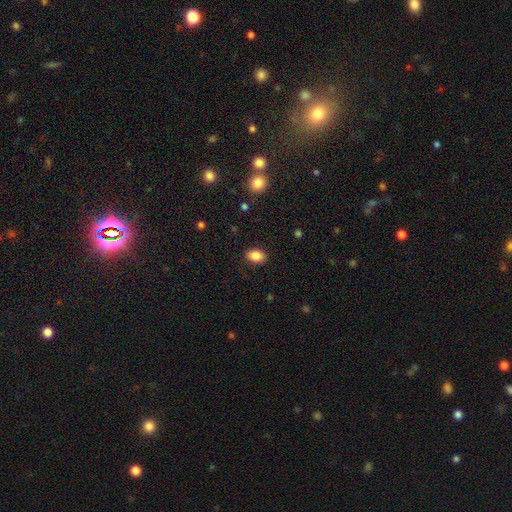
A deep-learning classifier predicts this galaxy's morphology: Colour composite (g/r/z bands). It shows a smooth galaxy with no disk features (87%) that is in between round and cigar-shaped (82%). Merging: none (88%).